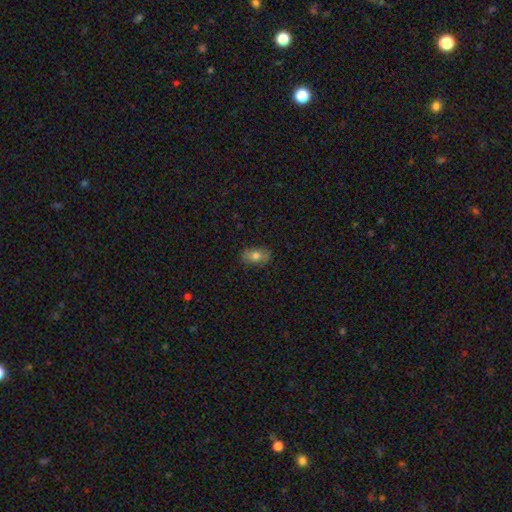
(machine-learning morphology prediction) Smooth or featured? smooth (71%)
How rounded? in between (88%)
Merging? none (83%)